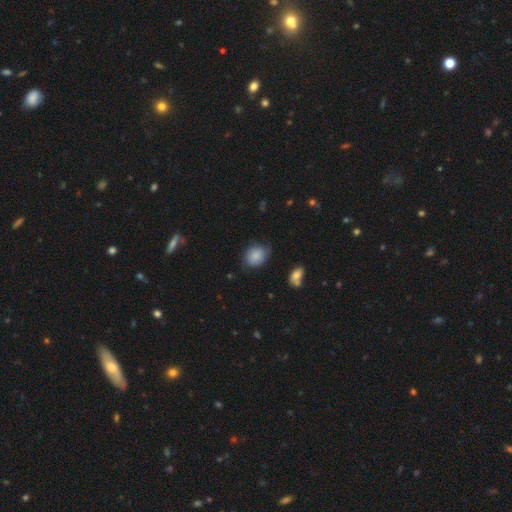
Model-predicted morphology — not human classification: Smooth or featured? Predicted: smooth (p=0.76). How rounded? Predicted: in between (p=0.53). Merging? Predicted: none (p=0.62).